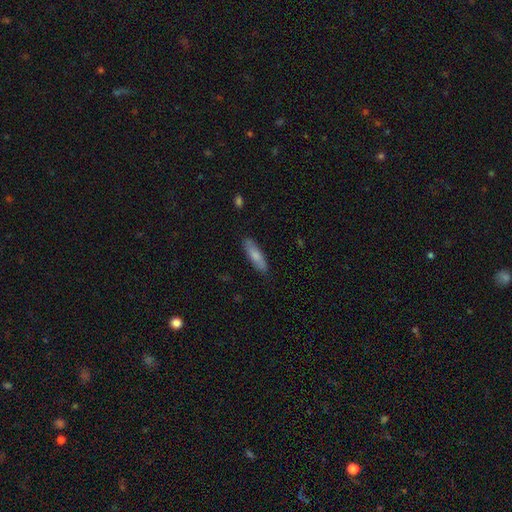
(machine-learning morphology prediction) Smooth or featured?
  - smooth: 78% *
  - featured or disk: 17%
  - star or artifact: 6%
How rounded?
  - cigar-shaped: 60% *
  - in between: 38%
  - round: 2%
Merging?
  - none: 86% *
  - minor disturbance: 10%
  - major disturbance: 2%
  - merger: 1%